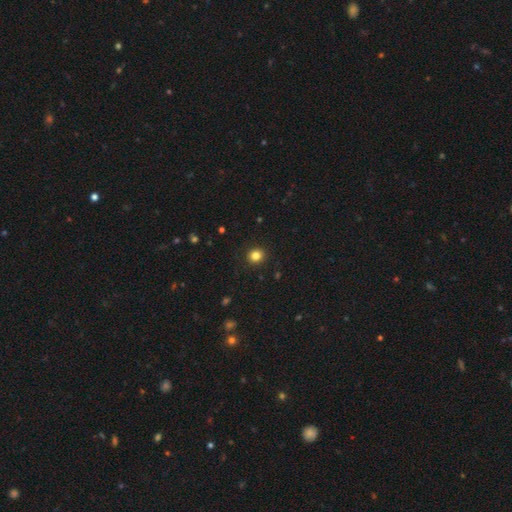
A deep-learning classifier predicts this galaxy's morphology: Overall: smooth (83%). How rounded: round (89%). Merging: none (92%).